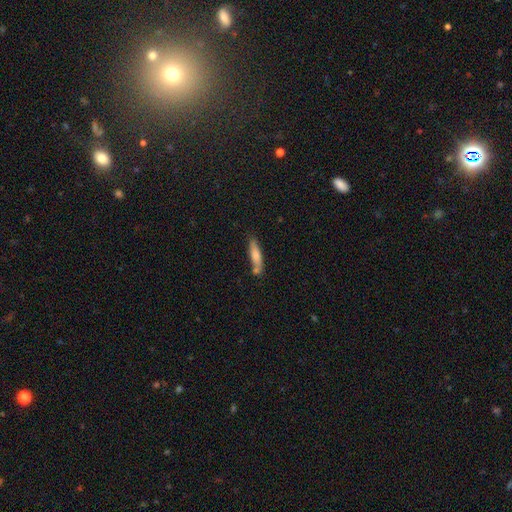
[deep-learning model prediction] Smooth or featured? smooth (72%)
How rounded? cigar-shaped (77%)
Merging? none (64%)